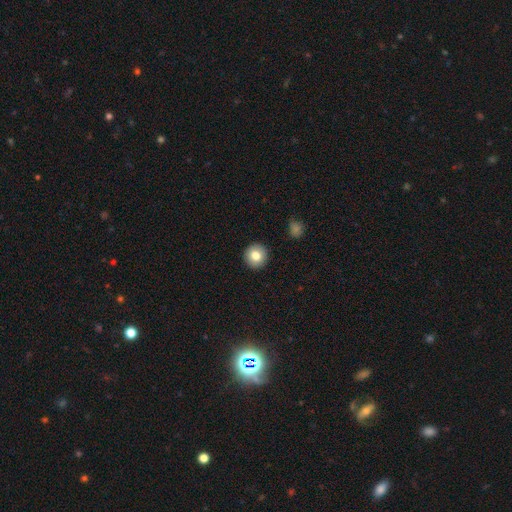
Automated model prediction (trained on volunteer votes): A smooth galaxy with no disk features (81%) that is round (95%).

Vote fractions:
- Smooth or featured? smooth: 81% / featured or disk: 10% / star or artifact: 9%
- How rounded? round: 95% / in between: 4% / cigar-shaped: 1%
- Merging? none: 93% / minor disturbance: 5% / major disturbance: 2% / merger: 1%